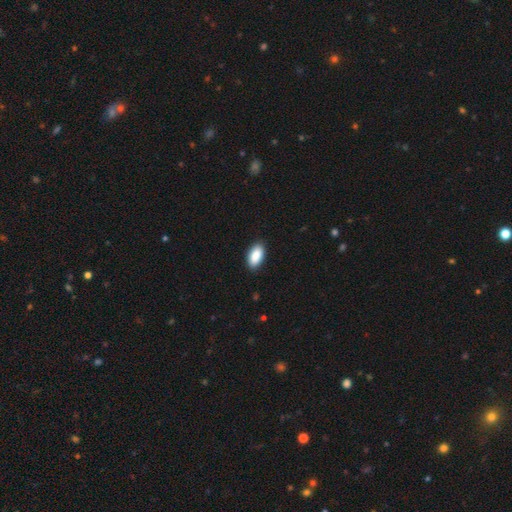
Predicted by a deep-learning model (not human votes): The model was most divided on "merging": none: 88%, minor disturbance: 10%, major disturbance: 2%, merger: 1%. More confident: how rounded — in between (94%); smooth or featured — smooth (90%).